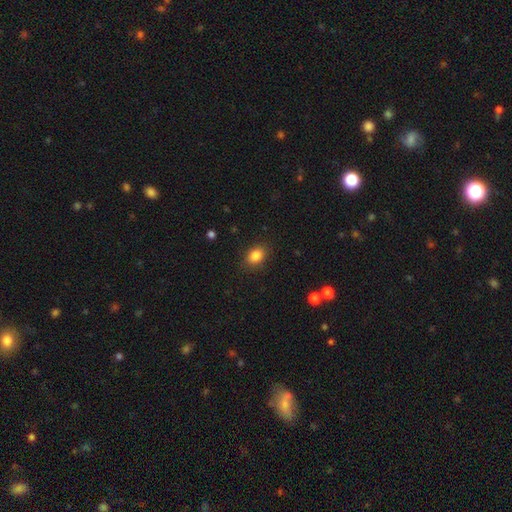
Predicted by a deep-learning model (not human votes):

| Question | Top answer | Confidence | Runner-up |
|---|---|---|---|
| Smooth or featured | smooth | 85% | star or artifact (10%) |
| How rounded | in between | 69% | round (30%) |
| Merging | none | 86% | minor disturbance (10%) |